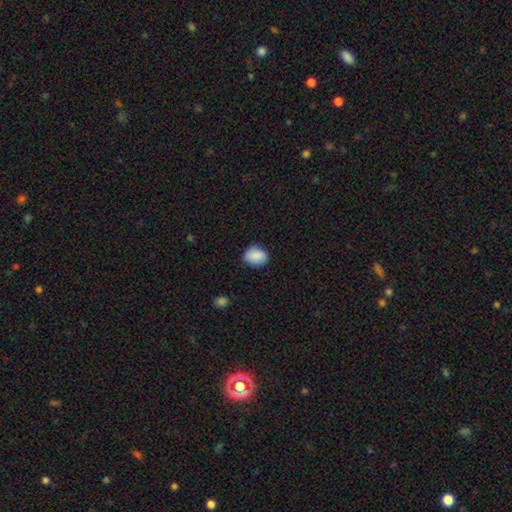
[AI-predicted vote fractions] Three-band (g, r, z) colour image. It shows a smooth galaxy with no disk features (88%) that is round (50%). Merging: none (81%).